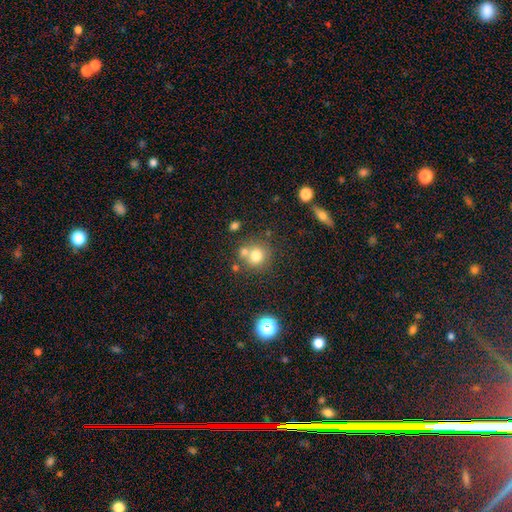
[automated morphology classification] Smooth or featured: smooth — 74% (star or artifact — 13%)
How rounded: round — 88% (in between — 11%)
Merging: none — 59% (merger — 27%)